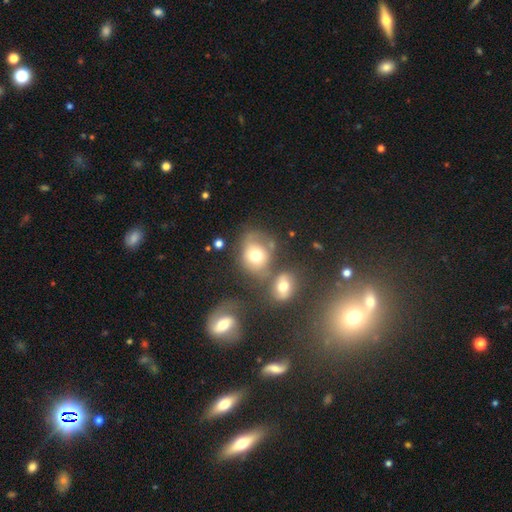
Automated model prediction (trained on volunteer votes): Smooth or featured? Predicted: smooth (p=0.66). How rounded? Predicted: round (p=0.61). Merging? Predicted: none (p=0.41).